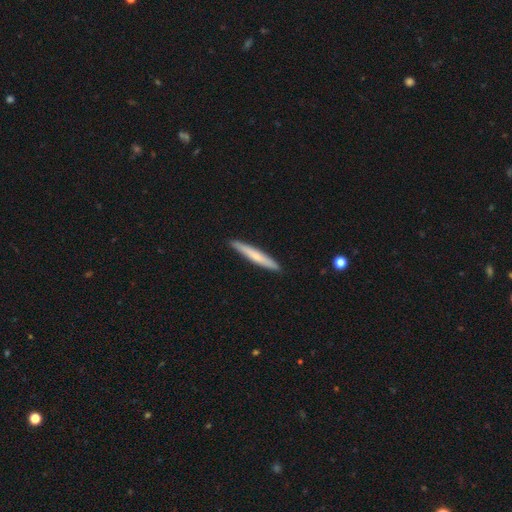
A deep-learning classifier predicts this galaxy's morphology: A smooth galaxy with no disk features (59%) that is cigar-shaped (96%). Merging: none (91%).